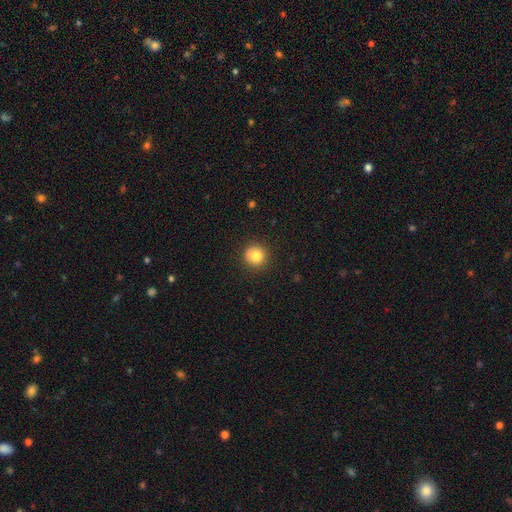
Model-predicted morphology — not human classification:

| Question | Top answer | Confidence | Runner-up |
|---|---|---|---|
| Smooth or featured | smooth | 82% | star or artifact (10%) |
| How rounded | round | 94% | in between (5%) |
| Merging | none | 86% | minor disturbance (10%) |